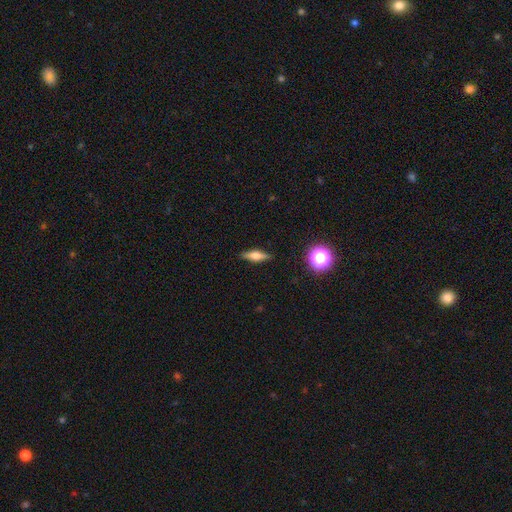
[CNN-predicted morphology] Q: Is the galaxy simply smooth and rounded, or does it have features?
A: smooth — 51%.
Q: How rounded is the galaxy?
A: cigar-shaped — 54%.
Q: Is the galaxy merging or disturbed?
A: none — 87%.